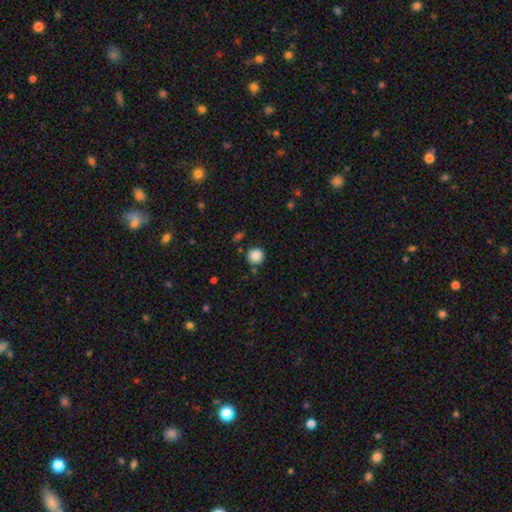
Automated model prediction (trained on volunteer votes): The model was most divided on "merging": none: 84%, minor disturbance: 9%, merger: 4%, major disturbance: 3%. More confident: how rounded — round (92%); smooth or featured — smooth (86%).